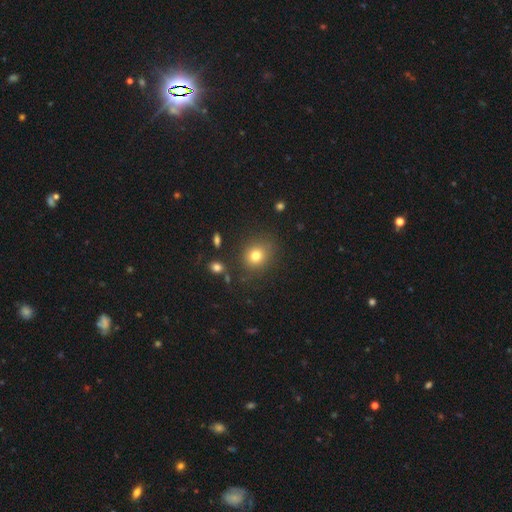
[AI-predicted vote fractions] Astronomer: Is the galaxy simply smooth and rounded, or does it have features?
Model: smooth — 78%.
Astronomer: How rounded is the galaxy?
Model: round — 79%.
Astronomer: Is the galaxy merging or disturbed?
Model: none — 83%.